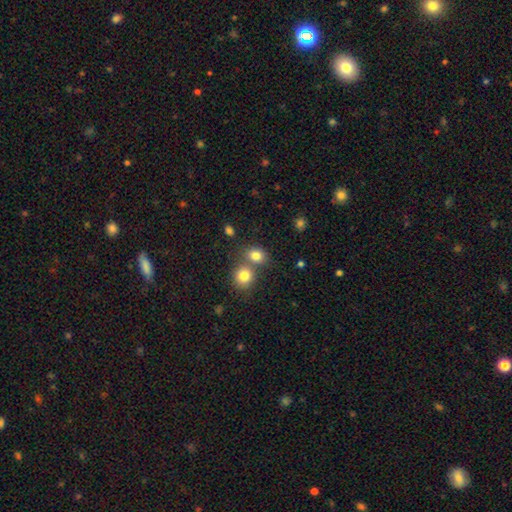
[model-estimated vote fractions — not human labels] This appears to be a smooth galaxy with no disk features (80%) that is round (62%). Merging: none (52%).